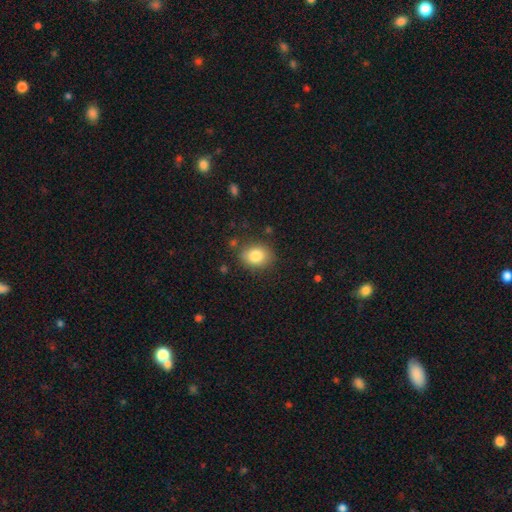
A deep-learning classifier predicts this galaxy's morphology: The model was most divided on "how rounded": in between: 50%, round: 49%, cigar-shaped: 1%. More confident: smooth or featured — smooth (83%); merging — none (83%).